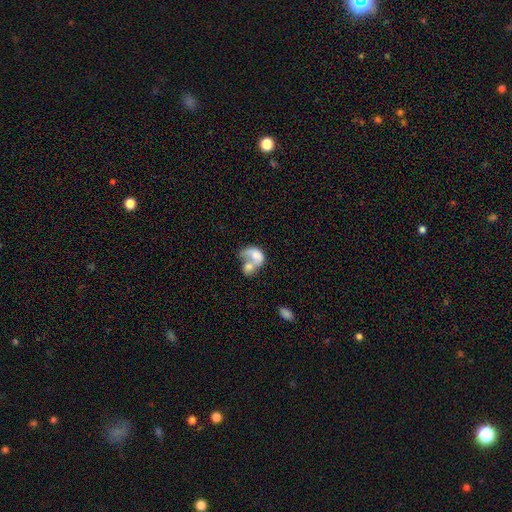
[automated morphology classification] smooth-or-featured: smooth: 62% | featured or disk: 30% | star or artifact: 8%
  how-rounded: in between: 76% | round: 22% | cigar-shaped: 2%
  merging: merger: 73% | major disturbance: 11% | none: 10% | minor disturbance: 6%